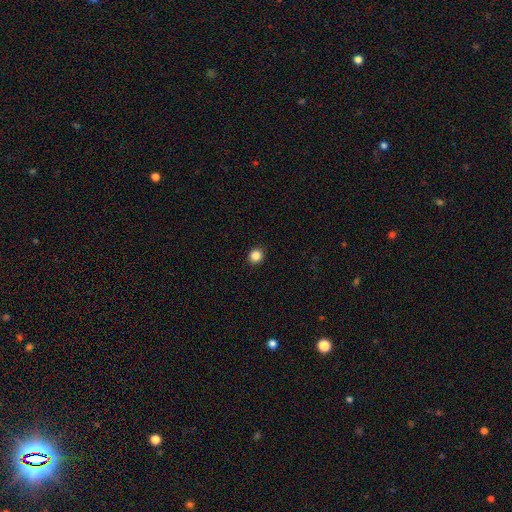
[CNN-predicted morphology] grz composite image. It shows a smooth galaxy with no disk features (85%) that is round (90%). Merging: none (92%).